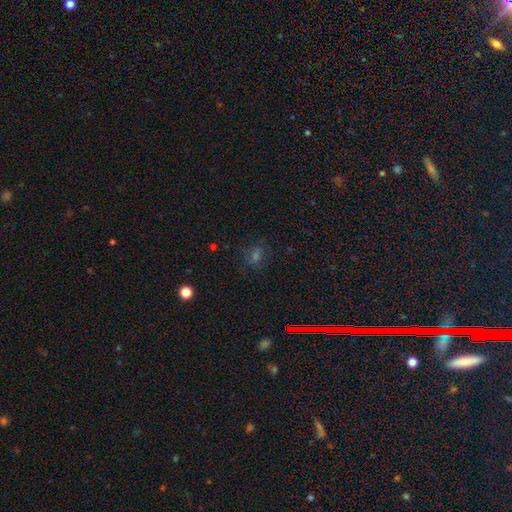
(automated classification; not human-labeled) smooth 46%, star or artifact 40%, featured or disk 13%. Down the decision tree: merging — none (79%).